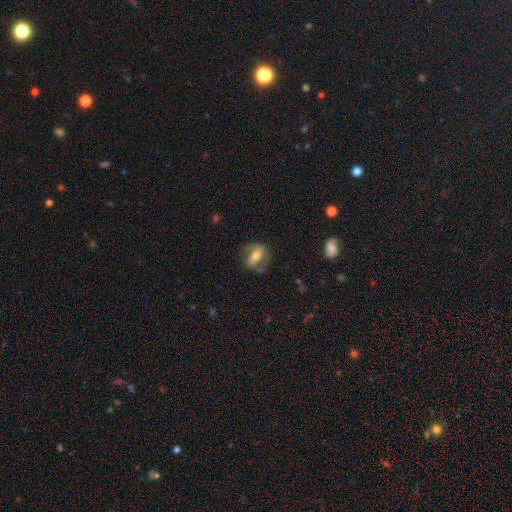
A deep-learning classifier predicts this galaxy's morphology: Smooth or featured?
  - featured or disk: 50% *
  - smooth: 42%
  - star or artifact: 8%
Edge-on disk?
  - no: 83% *
  - yes: 17%
Merging?
  - none: 68% *
  - minor disturbance: 20%
  - major disturbance: 10%
  - merger: 2%